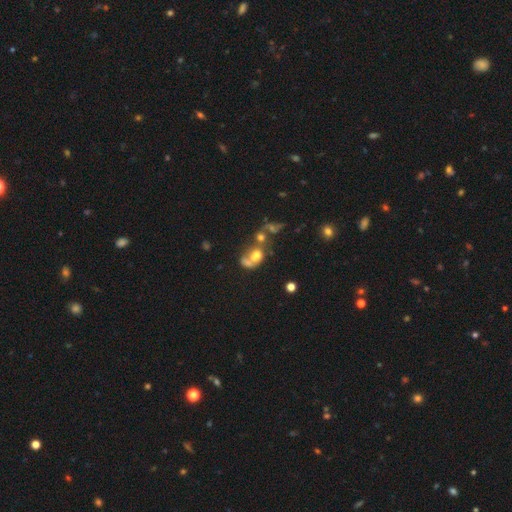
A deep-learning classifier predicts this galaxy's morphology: Q: Smooth or featured?
A: smooth (50%); runner-up: featured or disk (34%)
Q: How rounded?
A: round (50%); runner-up: in between (49%)
Q: Merging?
A: merger (63%); runner-up: none (17%)